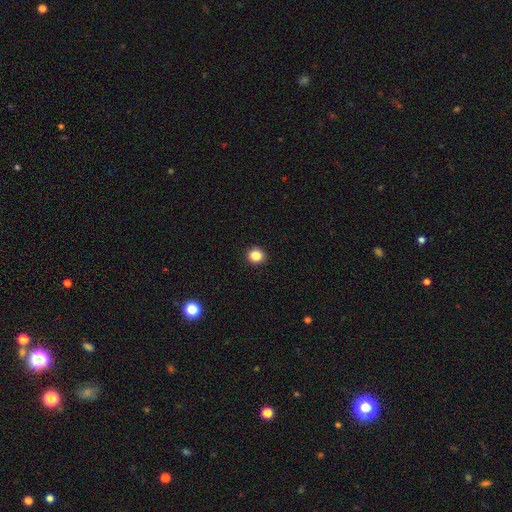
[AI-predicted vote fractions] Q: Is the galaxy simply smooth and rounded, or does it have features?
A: smooth — 85%.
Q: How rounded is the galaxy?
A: round — 87%.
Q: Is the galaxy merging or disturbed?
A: none — 93%.